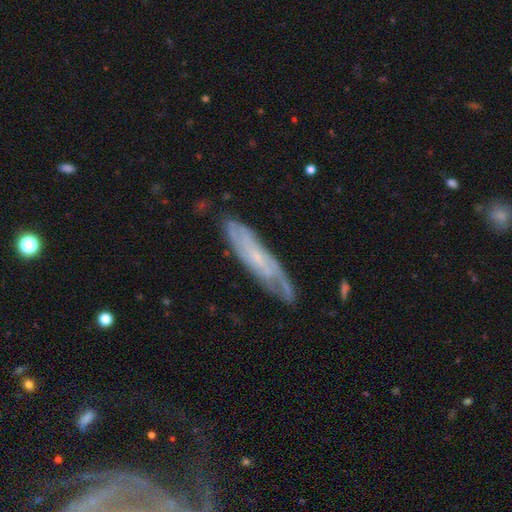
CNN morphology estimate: A featured or disk galaxy (70%). Merging: none (71%).